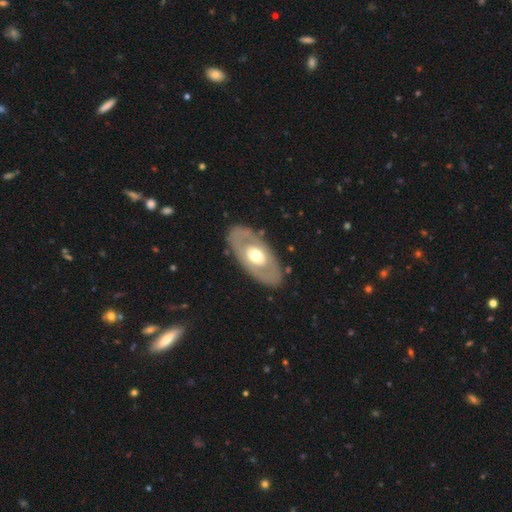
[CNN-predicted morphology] The model was most divided on "smooth or featured": featured or disk: 56%, smooth: 40%, star or artifact: 5%. More confident: edge-on disk — no (86%); merging — none (83%).